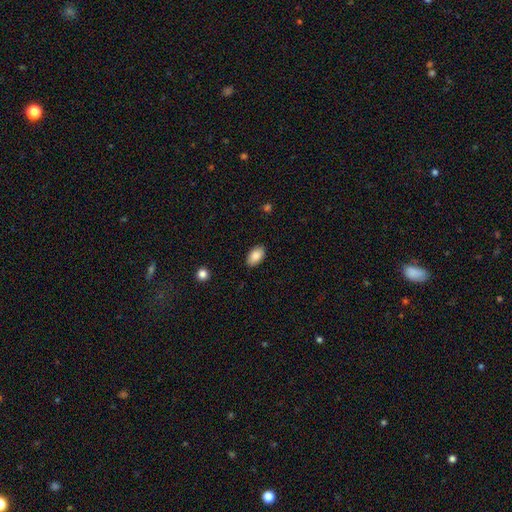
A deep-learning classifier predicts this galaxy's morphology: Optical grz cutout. It shows a smooth galaxy with no disk features (85%) that is in between round and cigar-shaped (93%). Merging: none (87%).